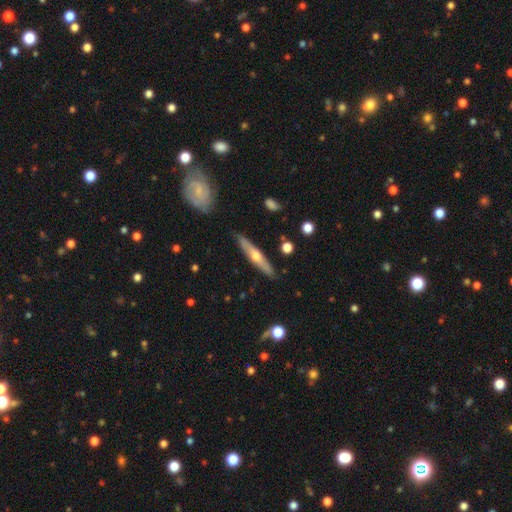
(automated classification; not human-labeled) Smooth or featured?
  - featured or disk: 61% *
  - smooth: 34%
  - star or artifact: 6%
Edge-on disk?
  - yes: 91% *
  - no: 9%
Edge-on bulge?
  - rounded: 88% *
  - none: 9%
  - boxy: 3%
Merging?
  - none: 87% *
  - minor disturbance: 9%
  - major disturbance: 2%
  - merger: 2%